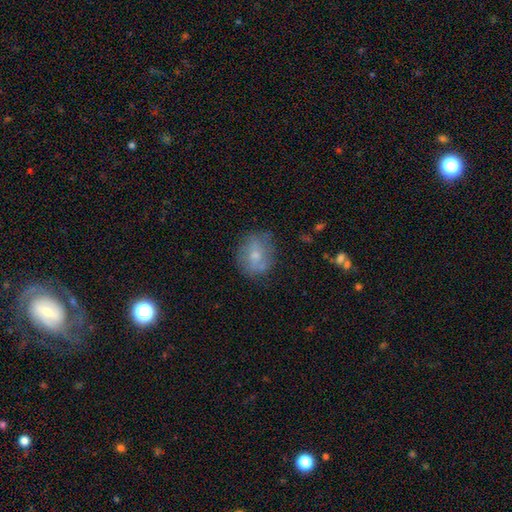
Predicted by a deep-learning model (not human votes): Smooth or featured?
  - smooth: 59% *
  - featured or disk: 32%
  - star or artifact: 9%
How rounded?
  - round: 58% *
  - in between: 41%
  - cigar-shaped: 1%
Merging?
  - none: 68% *
  - minor disturbance: 22%
  - major disturbance: 7%
  - merger: 3%